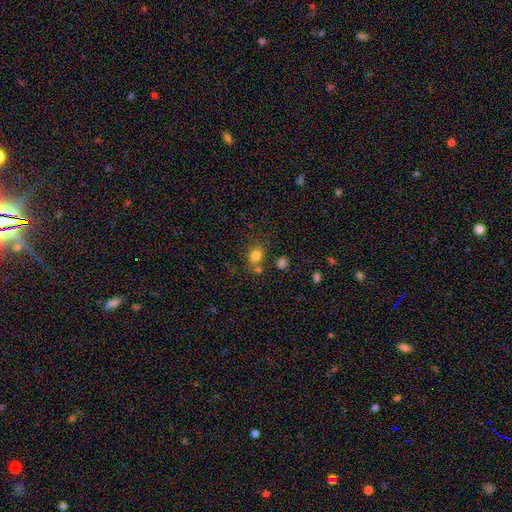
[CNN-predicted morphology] The model was most divided on "how rounded": round: 54%, in between: 44%, cigar-shaped: 1%. More confident: smooth or featured — smooth (79%); merging — none (62%).